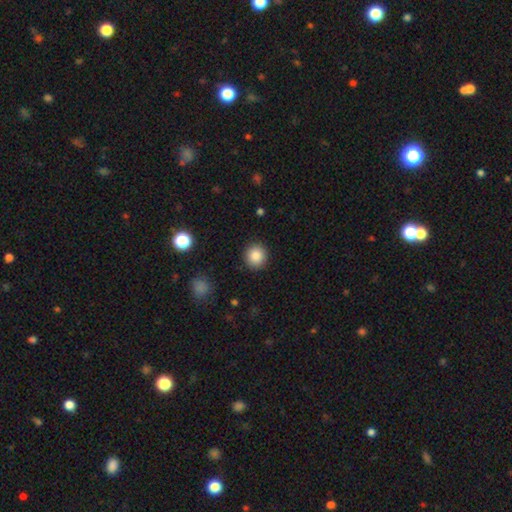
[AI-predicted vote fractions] smooth 86%, star or artifact 9%, featured or disk 5%. Down the decision tree: how rounded — round (91%); merging — none (91%).